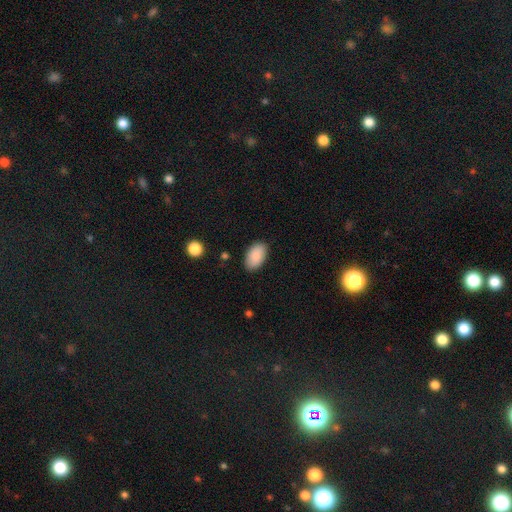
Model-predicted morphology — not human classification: type=smooth (89%); roundness=in between (94%); merging=none (86%).